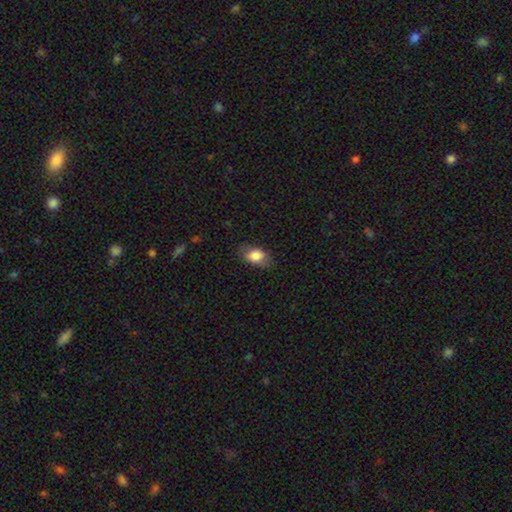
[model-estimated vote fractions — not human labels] Smooth or featured? Predicted: smooth (p=0.82). How rounded? Predicted: in between (p=0.86). Merging? Predicted: none (p=0.78).